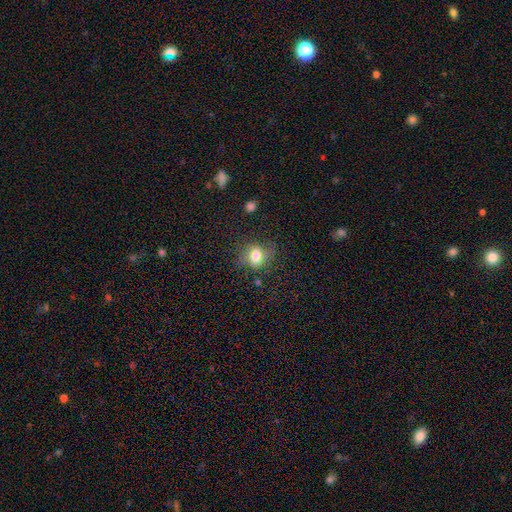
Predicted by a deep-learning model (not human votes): Smooth or featured? smooth (73%)
How rounded? in between (60%)
Merging? none (64%)